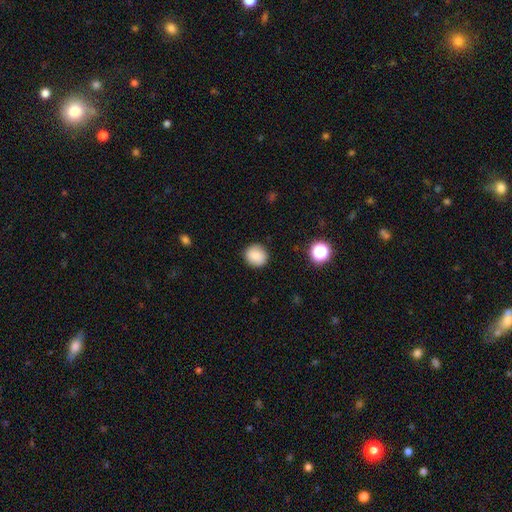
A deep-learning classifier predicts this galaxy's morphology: A smooth galaxy with no disk features (85%) that is round (87%).

Vote fractions:
- Smooth or featured? smooth: 85% / star or artifact: 9% / featured or disk: 5%
- How rounded? round: 87% / in between: 12% / cigar-shaped: 1%
- Merging? none: 89% / minor disturbance: 8% / major disturbance: 2% / merger: 1%